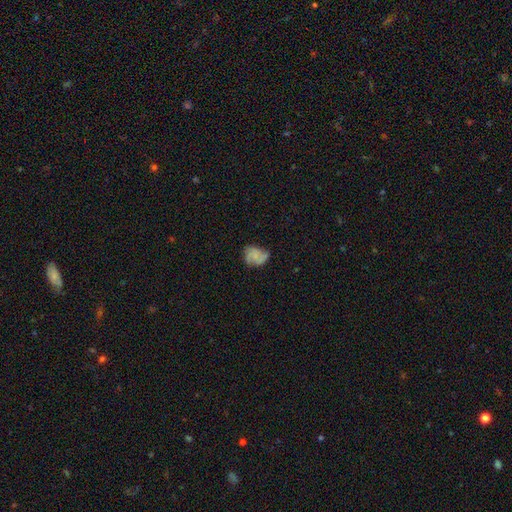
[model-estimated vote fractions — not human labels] featured or disk 51%, smooth 39%, star or artifact 10%. Down the decision tree: edge-on disk — no (98%); bar — no (76%); spiral arms — yes (81%); bulge size — small (48%); merging — none (52%).